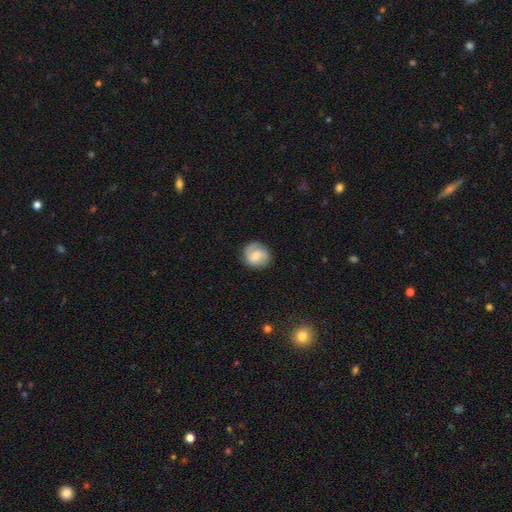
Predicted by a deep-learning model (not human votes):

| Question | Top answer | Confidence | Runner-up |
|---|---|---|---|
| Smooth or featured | smooth | 52% | featured or disk (41%) |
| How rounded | round | 85% | in between (14%) |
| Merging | none | 83% | minor disturbance (12%) |